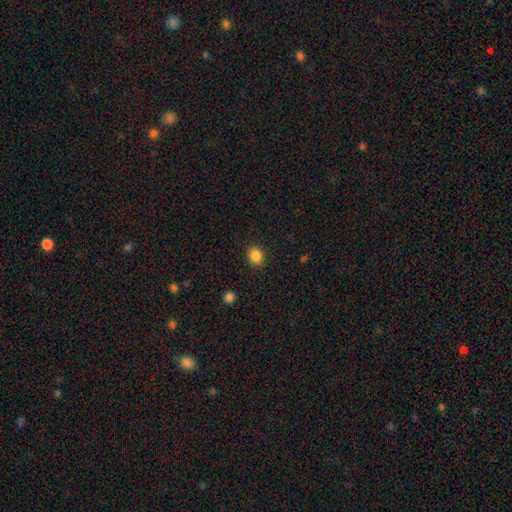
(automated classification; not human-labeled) Overall: smooth (86%). How rounded: round (66%; in between 33%). Merging: none (90%).